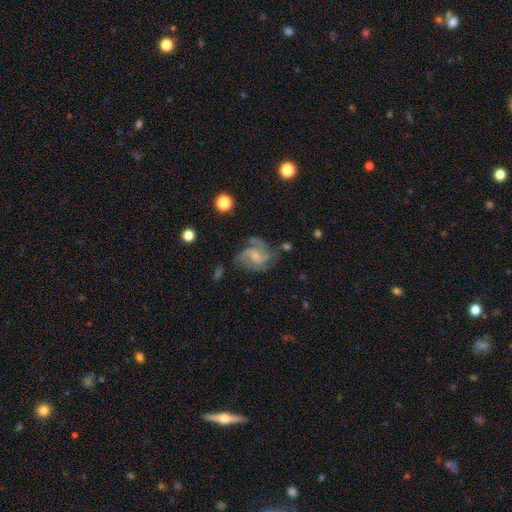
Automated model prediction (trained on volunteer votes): The model was most divided on "spiral arm count": 3: 32%, 2: 29%, can't tell: 22%, 4: 7%, 1: 6%, more than 4: 4%. Remaining: edge-on disk — no (98%); spiral arms — yes (89%); smooth or featured — featured or disk (71%); bar — no (62%); bulge size — small (51%); merging — none (49%); spiral winding — medium (48%).